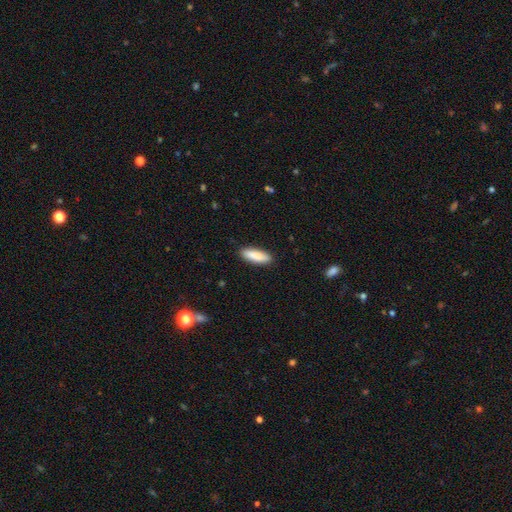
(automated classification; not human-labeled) Morphology: type=smooth (87%); roundness=in between (57%); merging=none (89%).